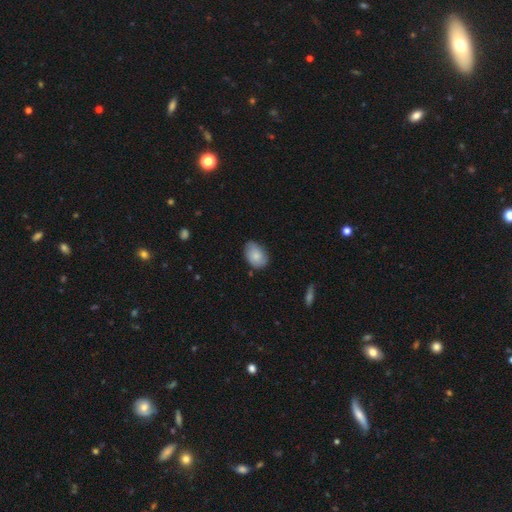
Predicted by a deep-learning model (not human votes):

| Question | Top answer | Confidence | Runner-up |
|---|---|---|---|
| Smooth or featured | smooth | 82% | featured or disk (12%) |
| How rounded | in between | 82% | round (17%) |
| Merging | none | 71% | minor disturbance (24%) |